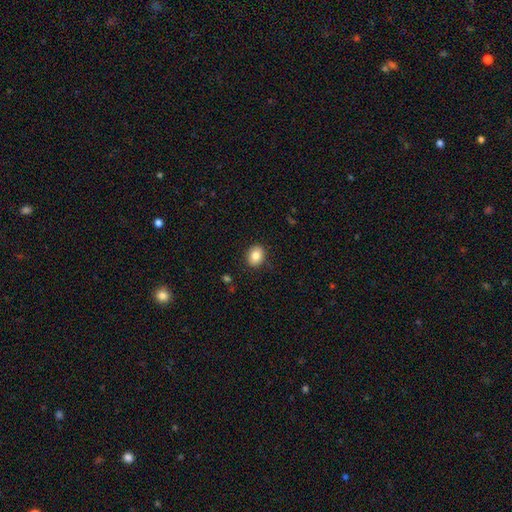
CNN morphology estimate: Smooth or featured? smooth (82%)
How rounded? in between (51%)
Merging? none (88%)